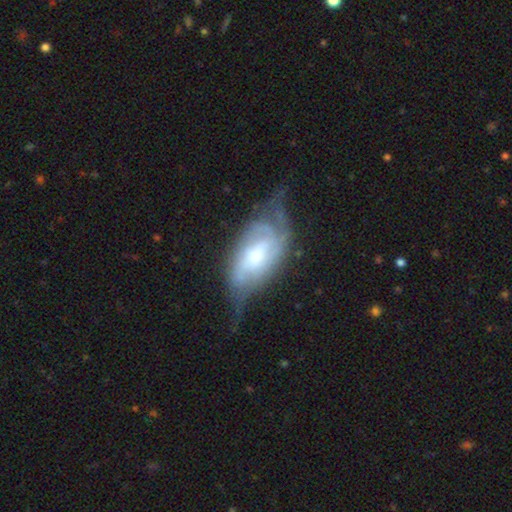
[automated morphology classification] Smooth or featured?
  - featured or disk: 72% *
  - smooth: 22%
  - star or artifact: 6%
Edge-on disk?
  - no: 91% *
  - yes: 9%
Bar?
  - no: 52% *
  - weak: 36%
  - strong: 12%
Spiral arms?
  - yes: 86% *
  - no: 14%
Spiral winding?
  - medium: 40% *
  - tight: 33%
  - loose: 27%
Spiral arm count?
  - 2: 50% *
  - can't tell: 28%
  - 3: 10%
  - 1: 6%
  - 4: 3%
  - more than 4: 3%
Bulge size?
  - moderate: 39% *
  - large: 24%
  - small: 22%
  - none: 12%
  - dominant: 3%
Merging?
  - none: 39% *
  - minor disturbance: 31%
  - major disturbance: 27%
  - merger: 3%